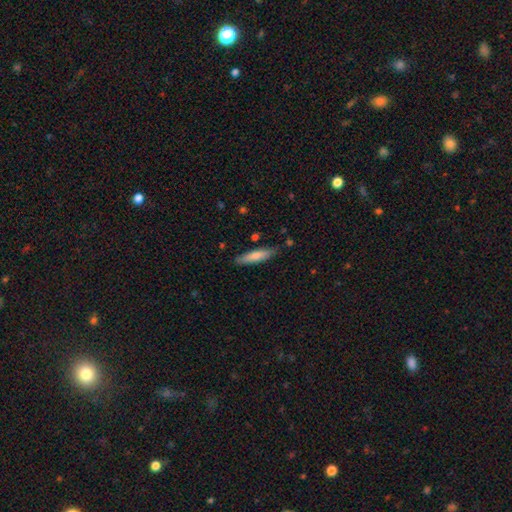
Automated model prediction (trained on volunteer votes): Smooth or featured?
  - smooth: 78% *
  - featured or disk: 17%
  - star or artifact: 6%
How rounded?
  - cigar-shaped: 78% *
  - in between: 20%
  - round: 1%
Merging?
  - none: 82% *
  - minor disturbance: 13%
  - major disturbance: 2%
  - merger: 2%